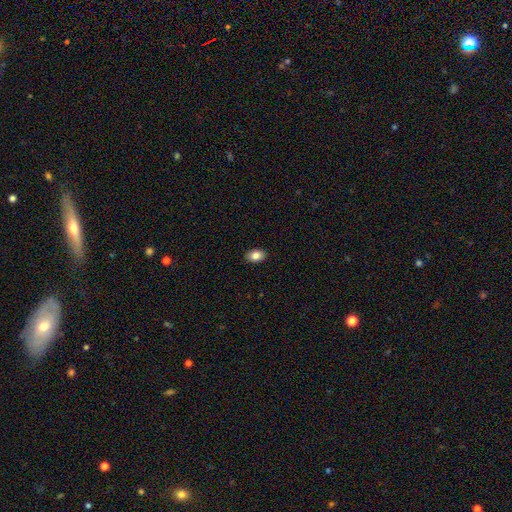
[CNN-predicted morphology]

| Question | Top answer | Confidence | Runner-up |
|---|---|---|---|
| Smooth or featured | smooth | 84% | star or artifact (8%) |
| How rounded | in between | 84% | round (15%) |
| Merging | none | 90% | minor disturbance (8%) |